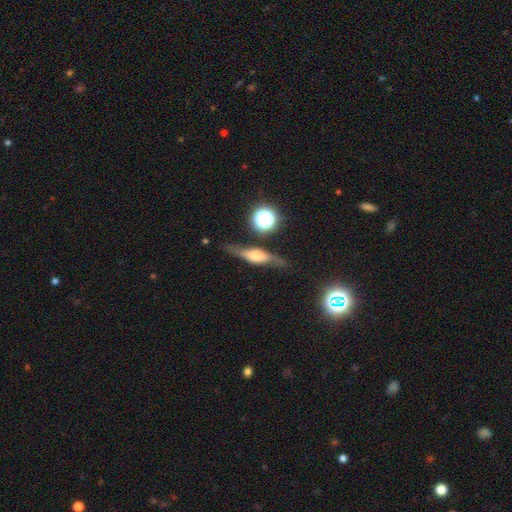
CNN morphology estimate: A featured or disk galaxy (63%) viewed edge-on (88%) with a rounded central bulge (76%).

Vote fractions:
- Smooth or featured? featured or disk: 63% / smooth: 28% / star or artifact: 9%
- Edge-on disk? yes: 88% / no: 12%
- Edge-on bulge? rounded: 76% / boxy: 19% / none: 5%
- Merging? none: 74% / minor disturbance: 17% / major disturbance: 6% / merger: 3%